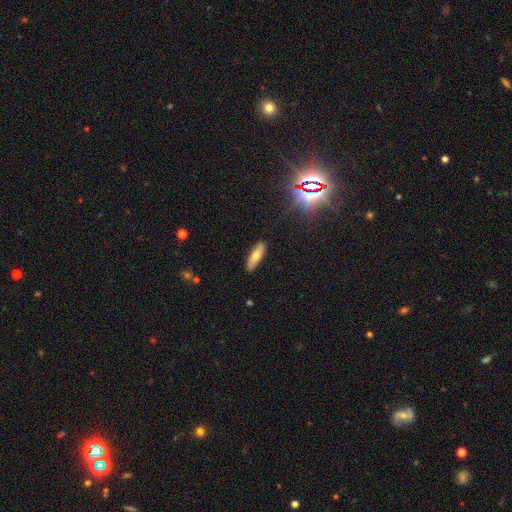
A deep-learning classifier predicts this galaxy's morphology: A smooth galaxy with no disk features (59%) that is cigar-shaped (58%).

Vote fractions:
- Smooth or featured? smooth: 59% / featured or disk: 31% / star or artifact: 10%
- How rounded? cigar-shaped: 58% / in between: 39% / round: 3%
- Merging? none: 87% / minor disturbance: 9% / major disturbance: 2% / merger: 1%